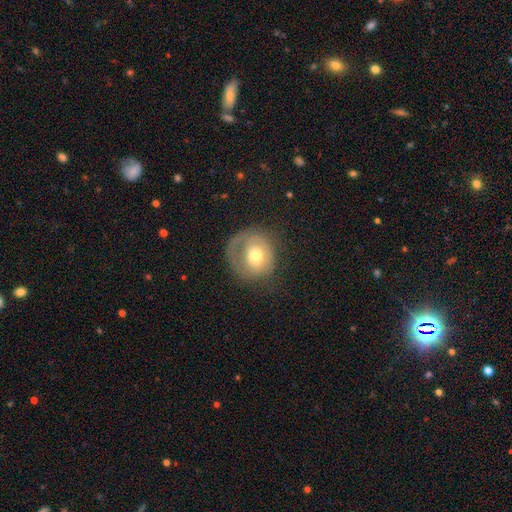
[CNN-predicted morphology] Smooth or featured?
  - smooth: 51% *
  - featured or disk: 41%
  - star or artifact: 8%
How rounded?
  - round: 80% *
  - in between: 19%
  - cigar-shaped: 1%
Merging?
  - none: 49% *
  - major disturbance: 25%
  - minor disturbance: 23%
  - merger: 2%